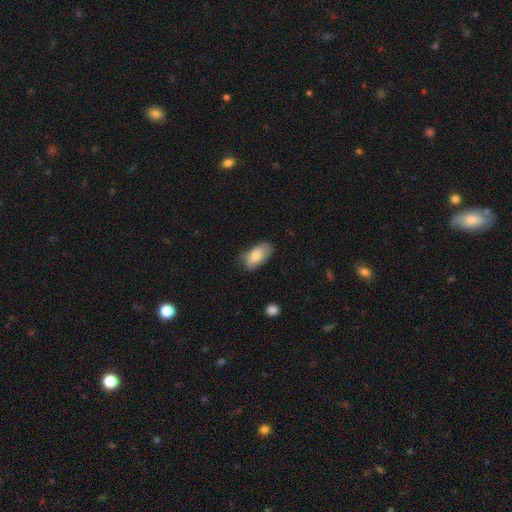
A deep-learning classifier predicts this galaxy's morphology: Smooth or featured? smooth (79%)
How rounded? in between (93%)
Merging? none (65%)